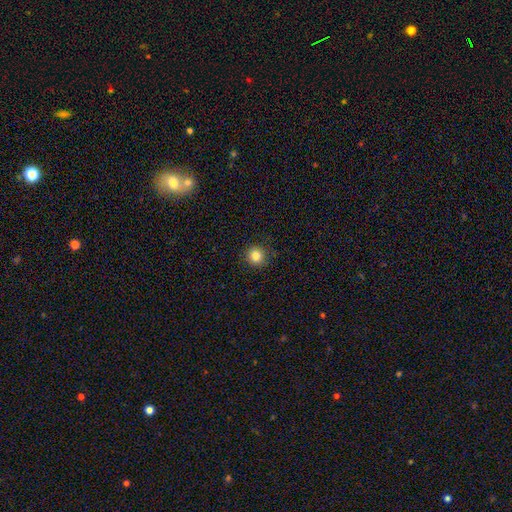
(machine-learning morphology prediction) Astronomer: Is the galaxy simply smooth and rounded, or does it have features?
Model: smooth — 84%.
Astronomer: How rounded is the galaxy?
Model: round — 94%.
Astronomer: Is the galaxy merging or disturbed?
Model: none — 91%.